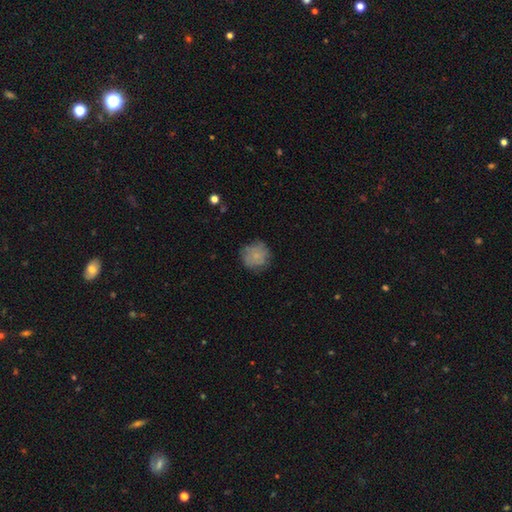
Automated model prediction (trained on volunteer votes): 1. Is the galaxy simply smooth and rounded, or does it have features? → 71% smooth, 20% featured or disk, 9% star or artifact.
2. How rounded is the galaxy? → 90% round, 9% in between, 1% cigar-shaped.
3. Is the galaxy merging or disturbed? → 73% none, 19% minor disturbance, 6% major disturbance, 2% merger.